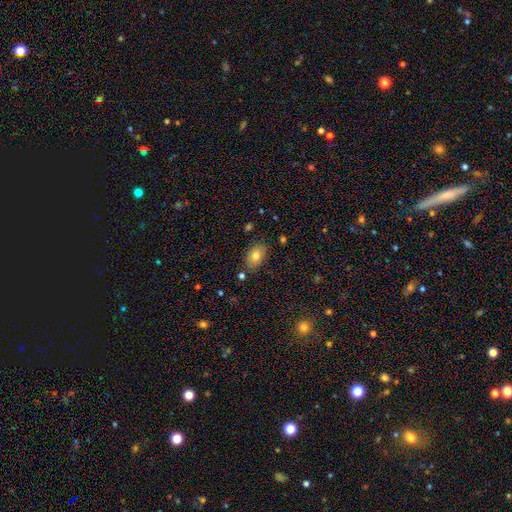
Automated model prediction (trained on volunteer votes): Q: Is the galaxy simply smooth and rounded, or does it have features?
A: smooth — 76%.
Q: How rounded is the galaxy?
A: in between — 87%.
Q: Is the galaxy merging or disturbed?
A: none — 80%.